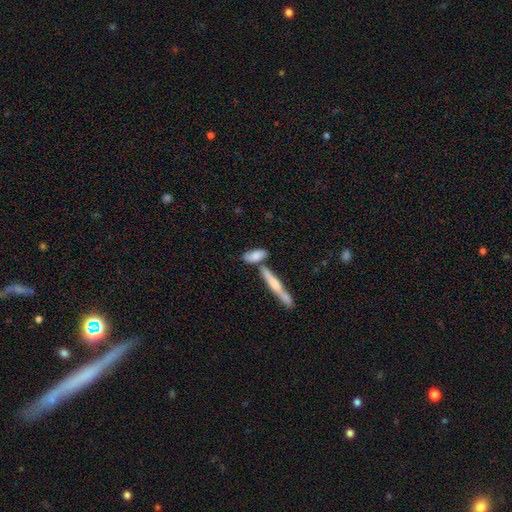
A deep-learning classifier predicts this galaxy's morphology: Smooth or featured? Predicted: smooth (p=0.69). How rounded? Predicted: in between (p=0.65). Merging? Predicted: none (p=0.53).